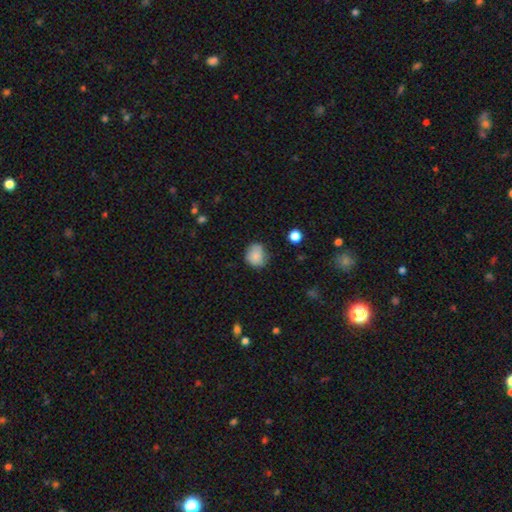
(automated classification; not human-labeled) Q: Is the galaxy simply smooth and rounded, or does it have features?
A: smooth — 82%.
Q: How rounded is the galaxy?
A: round — 71%.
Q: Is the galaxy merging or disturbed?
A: none — 64%.